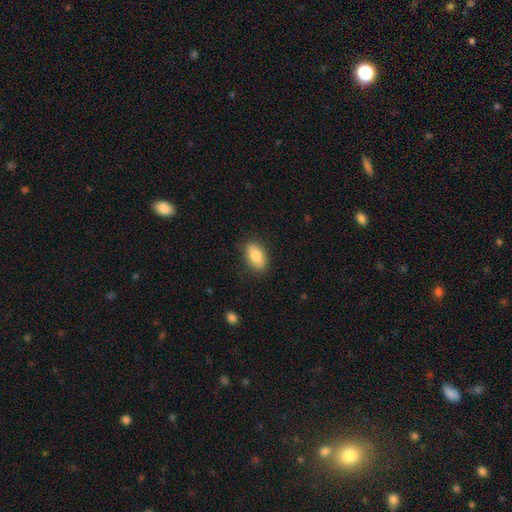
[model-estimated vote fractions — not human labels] A smooth galaxy with no disk features (79%) that is in between round and cigar-shaped (88%).

Vote fractions:
- Smooth or featured? smooth: 79% / featured or disk: 14% / star or artifact: 7%
- How rounded? in between: 88% / round: 8% / cigar-shaped: 4%
- Merging? none: 84% / minor disturbance: 12% / major disturbance: 3% / merger: 1%